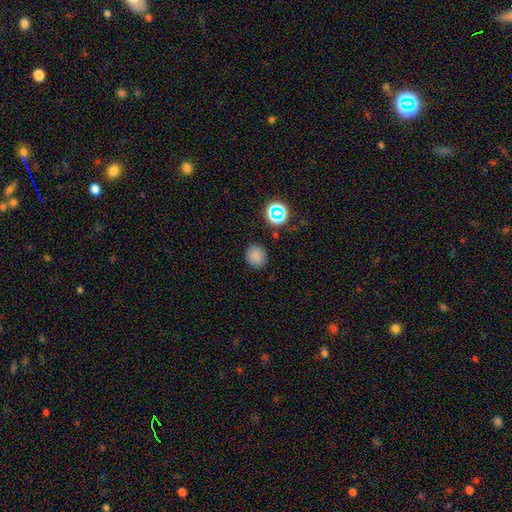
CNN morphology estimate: Q: Smooth or featured?
A: smooth (80%); runner-up: star or artifact (15%)
Q: How rounded?
A: round (80%); runner-up: in between (19%)
Q: Merging?
A: none (86%); runner-up: minor disturbance (9%)